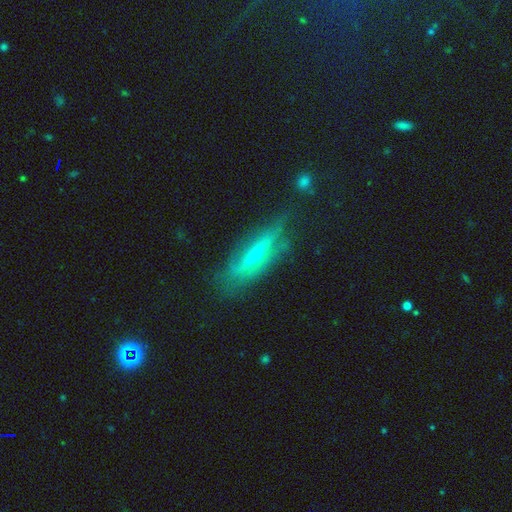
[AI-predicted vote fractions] smooth-or-featured: featured or disk: 64% | smooth: 27% | star or artifact: 9%
  disk-edge-on: yes: 80% | no: 20%
    edge-on-bulge: rounded: 79% | none: 15% | boxy: 7%
  merging: none: 68% | minor disturbance: 21% | major disturbance: 8% | merger: 2%